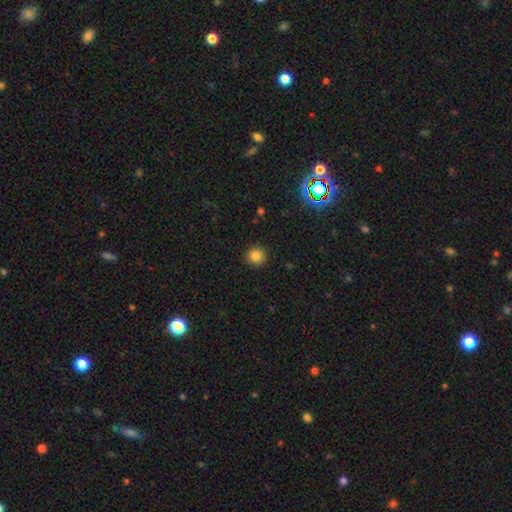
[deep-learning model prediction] This is clearly a smooth galaxy (84%). How rounded: clearly round (94%). Merging: clearly none (91%).